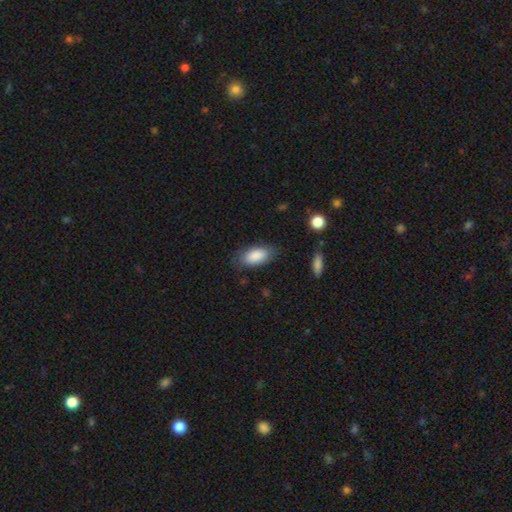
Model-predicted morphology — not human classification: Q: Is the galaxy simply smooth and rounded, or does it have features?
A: smooth — 87%.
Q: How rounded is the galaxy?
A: in between — 91%.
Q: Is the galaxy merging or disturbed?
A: none — 79%.